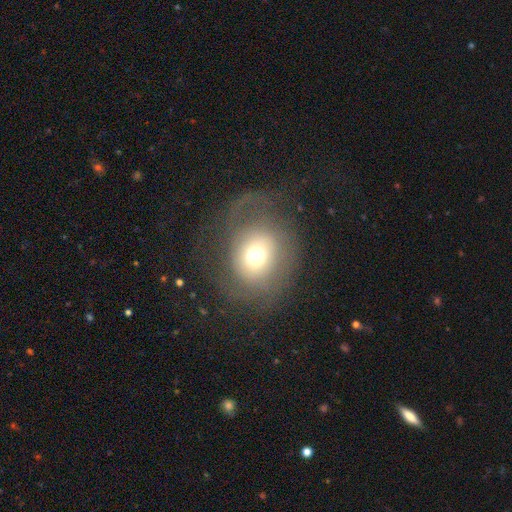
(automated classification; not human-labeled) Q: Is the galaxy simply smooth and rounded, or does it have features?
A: smooth — 58%.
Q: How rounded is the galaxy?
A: round — 76%.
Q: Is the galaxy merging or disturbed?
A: none — 55%.